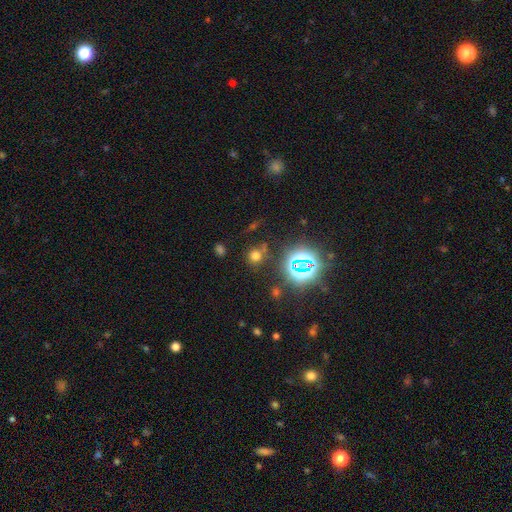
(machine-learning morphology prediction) The model was most divided on "smooth or featured": smooth: 59%, star or artifact: 33%, featured or disk: 8%. More confident: how rounded — round (84%); merging — none (74%).